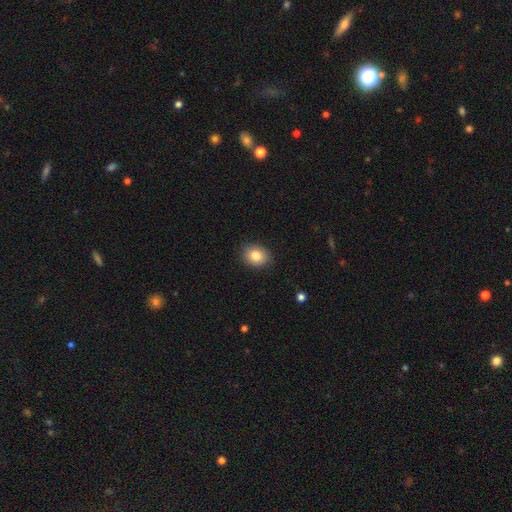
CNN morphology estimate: type=smooth (84%); roundness=in between (51%); merging=none (87%).